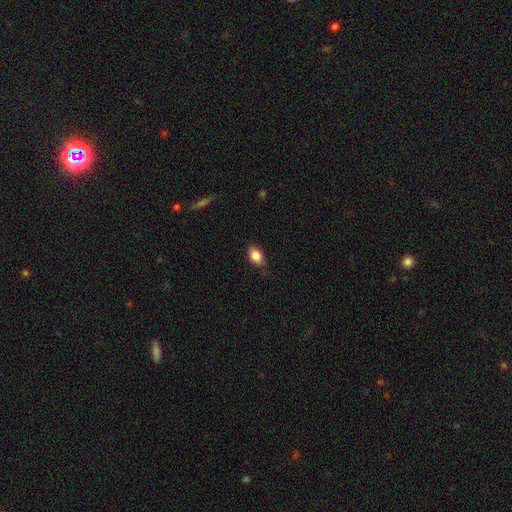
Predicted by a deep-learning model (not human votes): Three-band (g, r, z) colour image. It shows a smooth galaxy with no disk features (84%) that is in between round and cigar-shaped (84%). Merging: none (79%).